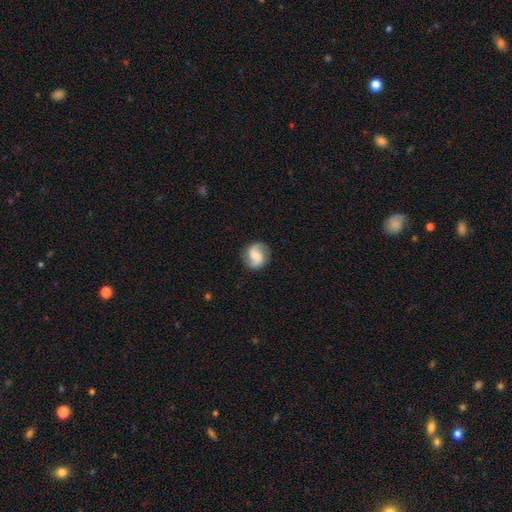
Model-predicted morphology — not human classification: smooth-or-featured: featured or disk: 71% | smooth: 22% | star or artifact: 7%
  disk-edge-on: no: 98% | yes: 2%
    bar: weak: 44% | no: 38% | strong: 18%
    has-spiral-arms: yes: 95% | no: 5%
      spiral-winding: medium: 44% | loose: 38% | tight: 18%
      spiral-arm-count: 2: 91% | can't tell: 3% | 1: 2% | 3: 1% | 4: 1% | more than 4: 1%
    bulge-size: moderate: 43% | small: 36% | none: 10% | large: 9% | dominant: 2%
  merging: none: 84% | minor disturbance: 11% | major disturbance: 4% | merger: 1%